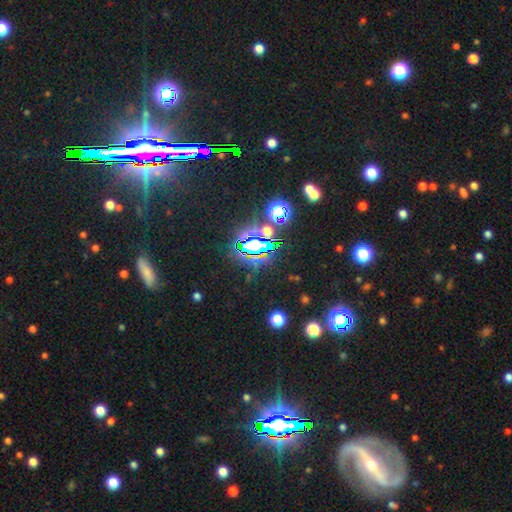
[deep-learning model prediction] star or artifact 81%, smooth 11%, featured or disk 8%.